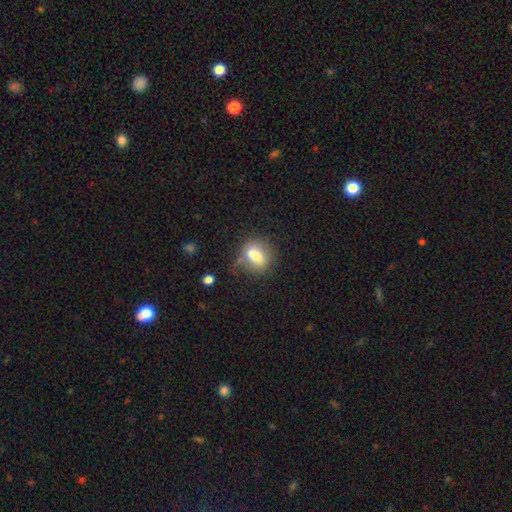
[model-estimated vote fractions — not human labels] This is likely a smooth galaxy (69%). How rounded: possibly in between (52%). Merging: possibly none (49%).